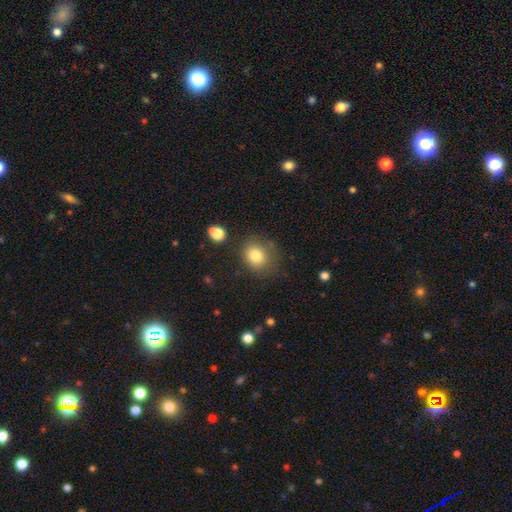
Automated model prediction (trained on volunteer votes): Smooth or featured? smooth (80%)
How rounded? round (69%)
Merging? none (72%)